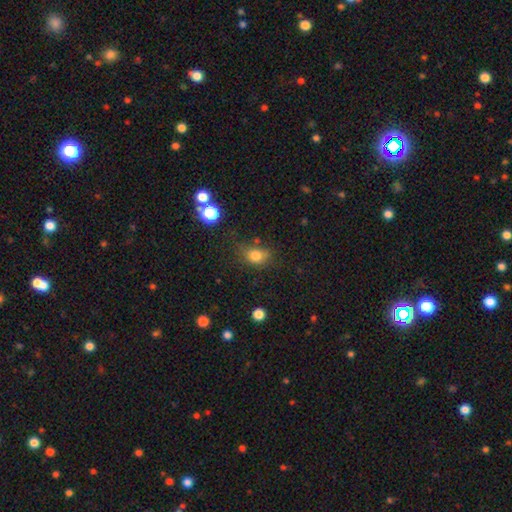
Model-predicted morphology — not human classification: Smooth or featured? smooth (79%)
How rounded? in between (51%)
Merging? none (63%)